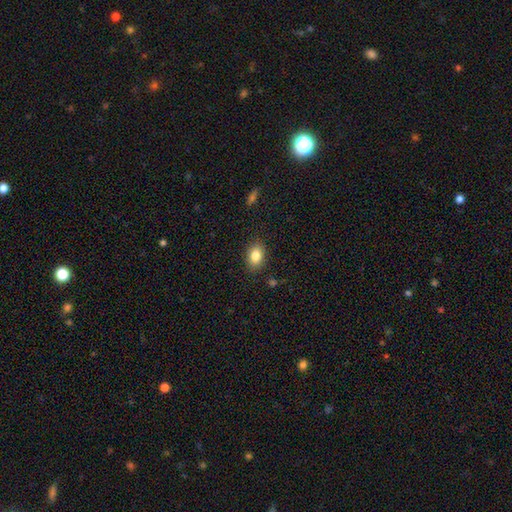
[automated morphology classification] A smooth galaxy with no disk features (84%) that is in between round and cigar-shaped (78%). Merging: none (87%).